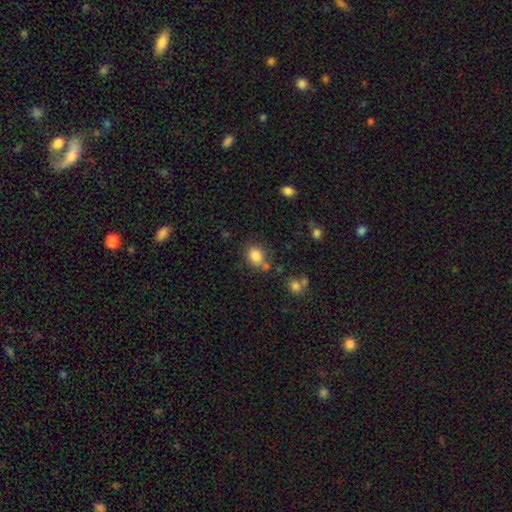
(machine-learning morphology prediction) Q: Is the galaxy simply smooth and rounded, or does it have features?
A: smooth — 83%.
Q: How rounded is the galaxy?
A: round — 59%.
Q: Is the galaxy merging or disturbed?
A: none — 66%.